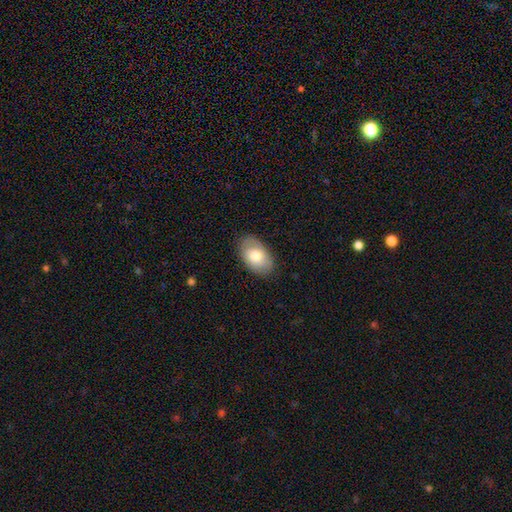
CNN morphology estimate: Smooth or featured? smooth (71%)
How rounded? in between (91%)
Merging? none (82%)